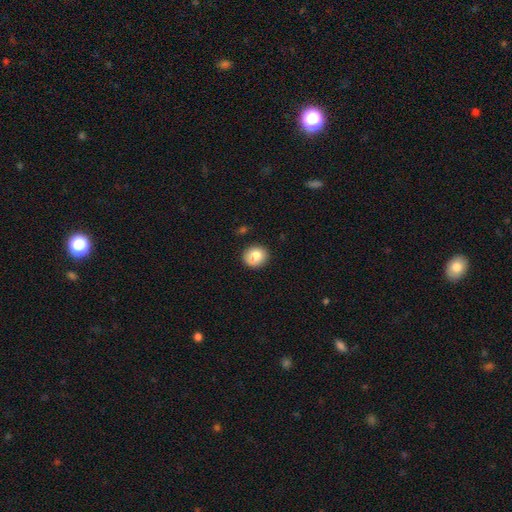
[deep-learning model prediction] Q: Smooth or featured?
A: smooth (80%); runner-up: featured or disk (11%)
Q: How rounded?
A: round (82%); runner-up: in between (17%)
Q: Merging?
A: none (78%); runner-up: minor disturbance (14%)